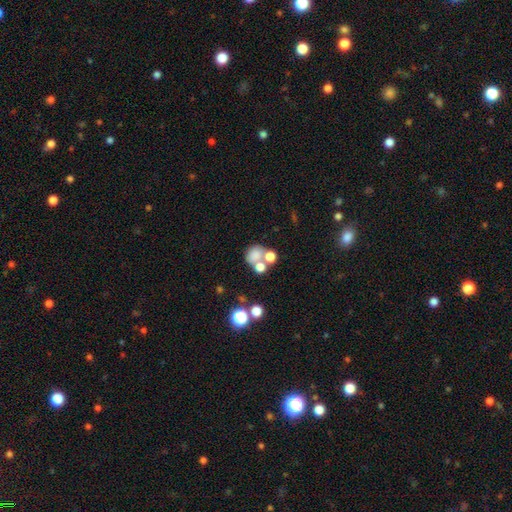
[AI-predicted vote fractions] A smooth galaxy with no disk features (68%) that is round (73%).

Vote fractions:
- Smooth or featured? smooth: 68% / featured or disk: 16% / star or artifact: 15%
- How rounded? round: 73% / in between: 26% / cigar-shaped: 1%
- Merging? merger: 47% / none: 35% / minor disturbance: 10% / major disturbance: 9%